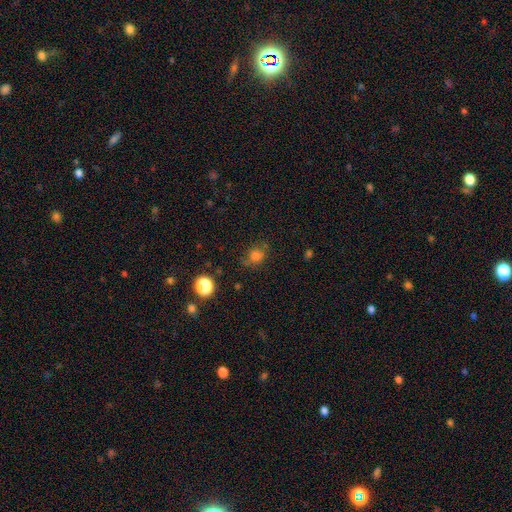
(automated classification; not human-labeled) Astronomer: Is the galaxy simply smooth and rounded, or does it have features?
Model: smooth — 74%.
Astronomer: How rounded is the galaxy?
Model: round — 66%.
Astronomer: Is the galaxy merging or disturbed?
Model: none — 66%.